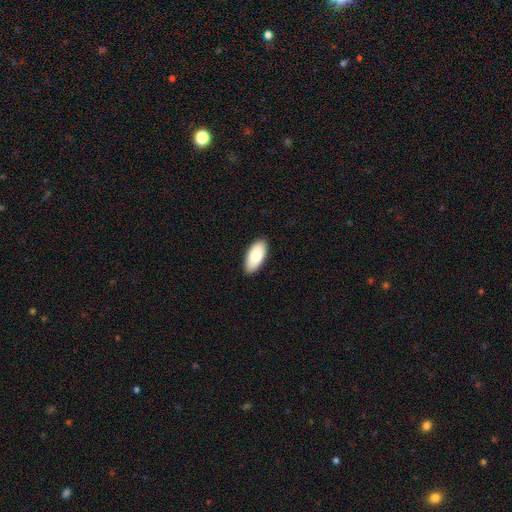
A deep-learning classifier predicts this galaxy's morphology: smooth 83%, featured or disk 12%, star or artifact 6%. Down the decision tree: how rounded — in between (94%); merging — none (90%).